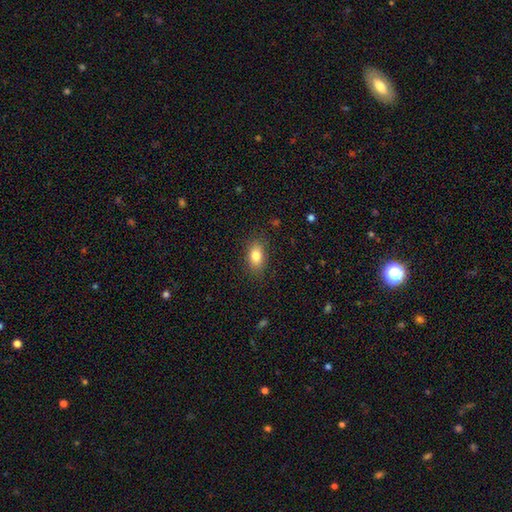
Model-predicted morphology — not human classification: smooth_or_featured: smooth (p=0.82) [alt: featured or disk p=0.09]
how_rounded: in between (p=0.84) [alt: round p=0.13]
merging: none (p=0.85) [alt: minor disturbance p=0.11]